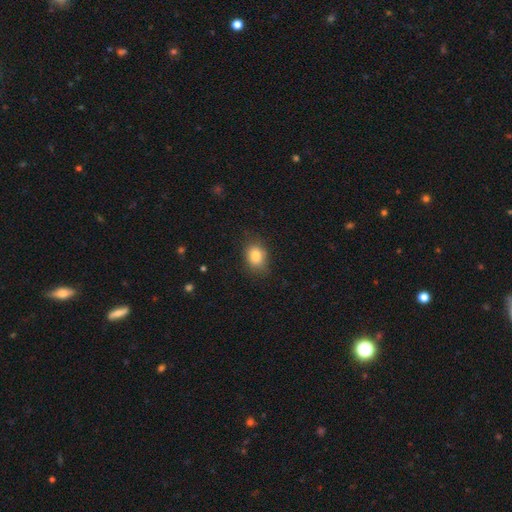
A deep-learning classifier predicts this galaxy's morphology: smooth_or_featured: smooth (p=0.81) [alt: star or artifact p=0.10]
how_rounded: in between (p=0.60) [alt: round p=0.39]
merging: none (p=0.78) [alt: minor disturbance p=0.17]